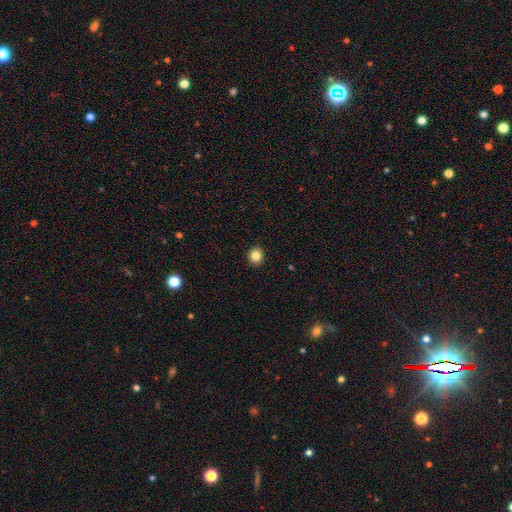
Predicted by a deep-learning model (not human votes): A smooth galaxy with no disk features (84%) that is round (81%). Merging: none (93%).